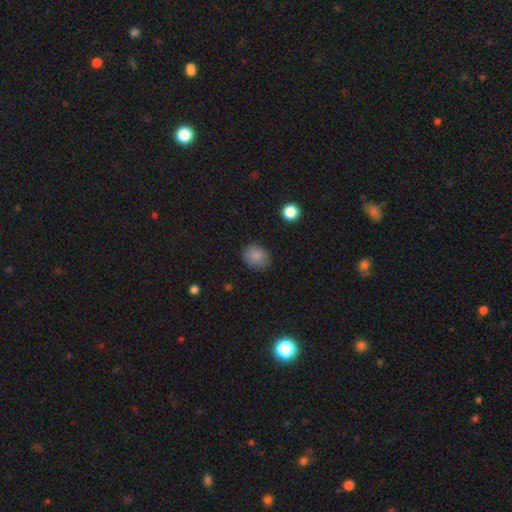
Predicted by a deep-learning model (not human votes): Smooth or featured: smooth — 85% (star or artifact — 10%)
How rounded: round — 56% (in between — 43%)
Merging: none — 78% (minor disturbance — 17%)